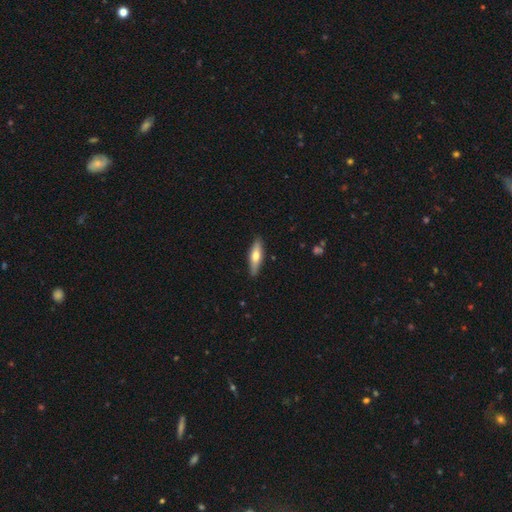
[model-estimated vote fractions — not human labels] Smooth or featured?
  - smooth: 55% *
  - featured or disk: 39%
  - star or artifact: 6%
How rounded?
  - cigar-shaped: 65% *
  - in between: 33%
  - round: 2%
Merging?
  - none: 88% *
  - minor disturbance: 9%
  - major disturbance: 2%
  - merger: 1%